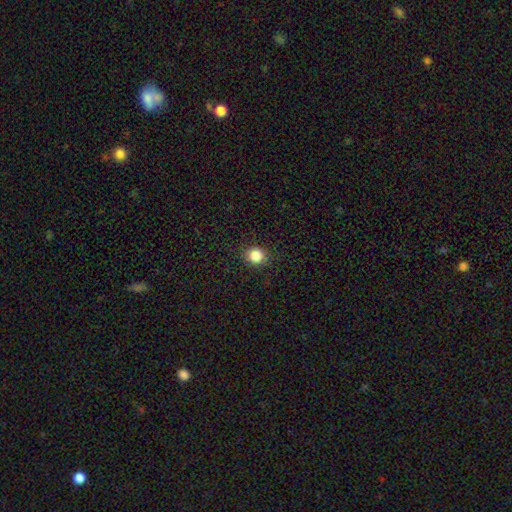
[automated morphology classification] This is clearly a smooth galaxy (85%). How rounded: clearly round (88%). Merging: clearly none (90%).